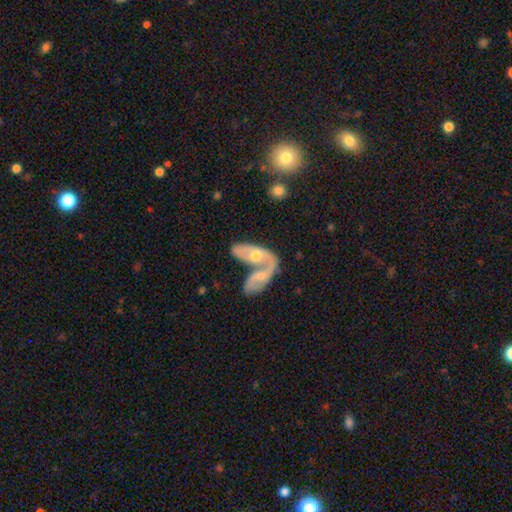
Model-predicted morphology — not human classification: smooth-or-featured: featured or disk: 59% | smooth: 35% | star or artifact: 6%
  disk-edge-on: no: 89% | yes: 11%
    bar: no: 69% | weak: 25% | strong: 6%
    has-spiral-arms: yes: 63% | no: 37%
    bulge-size: moderate: 64% | small: 25% | large: 7% | none: 3% | dominant: 1%
  merging: merger: 74% | none: 12% | major disturbance: 7% | minor disturbance: 6%